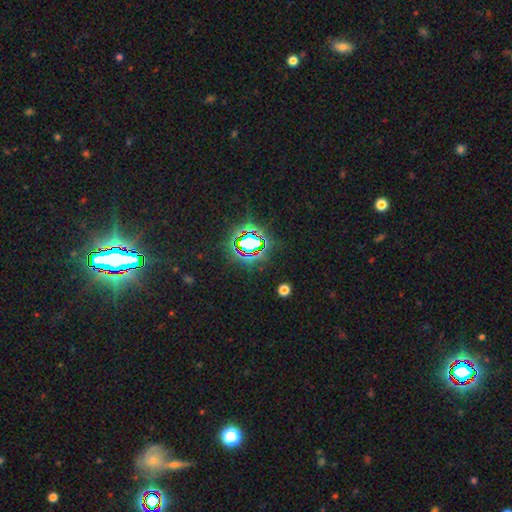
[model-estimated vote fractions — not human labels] smooth_or_featured: star or artifact (p=0.83) [alt: smooth p=0.09]